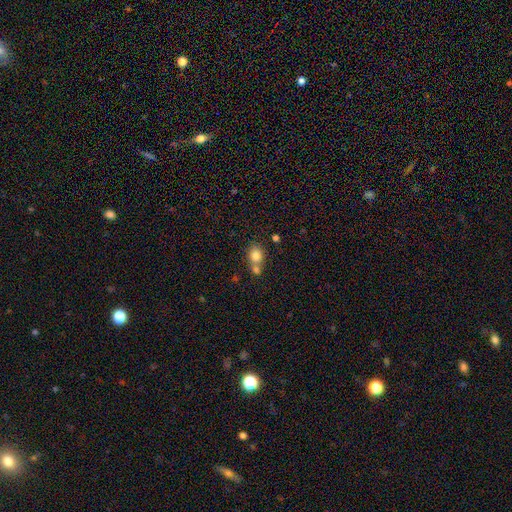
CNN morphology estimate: Smooth or featured? smooth (81%)
How rounded? round (60%)
Merging? merger (45%)